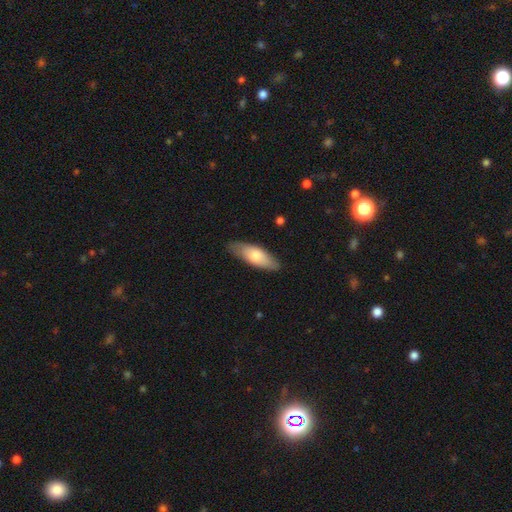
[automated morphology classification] A smooth galaxy with no disk features (71%) that is in between round and cigar-shaped (66%).

Vote fractions:
- Smooth or featured? smooth: 71% / featured or disk: 24% / star or artifact: 5%
- How rounded? in between: 66% / cigar-shaped: 32% / round: 2%
- Merging? none: 82% / minor disturbance: 14% / major disturbance: 3% / merger: 1%